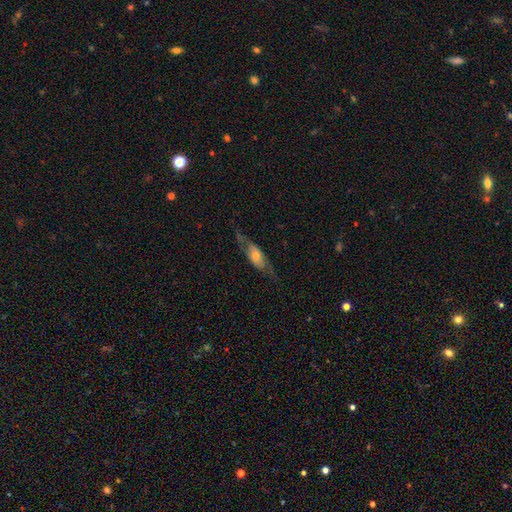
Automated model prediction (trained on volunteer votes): Smooth or featured? featured or disk (53%)
Edge-on disk? no (57%)
Merging? none (59%)